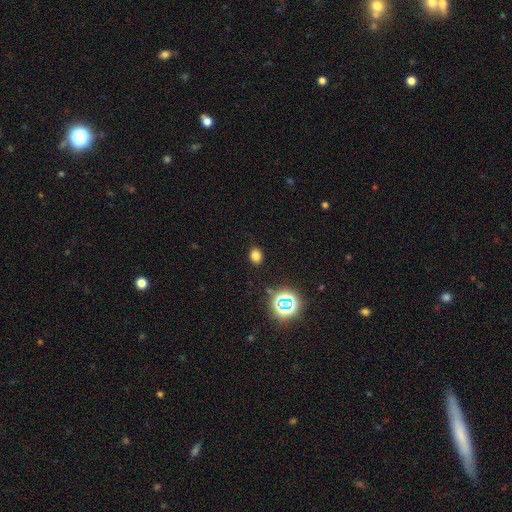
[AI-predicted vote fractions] The model was most divided on "how rounded": in between: 56%, round: 43%, cigar-shaped: 1%. More confident: merging — none (87%); smooth or featured — smooth (74%).